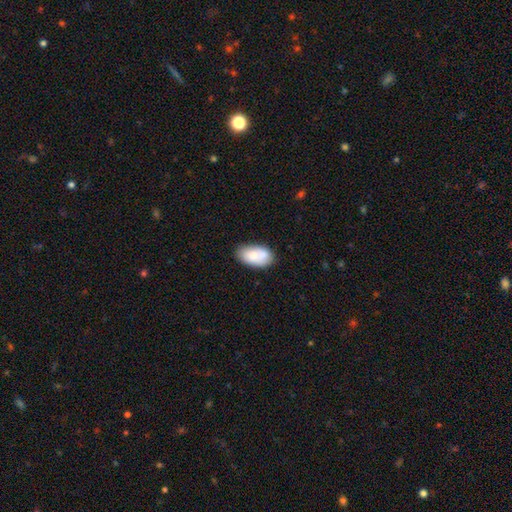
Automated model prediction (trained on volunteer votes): A smooth galaxy with no disk features (79%) that is in between round and cigar-shaped (94%).

Vote fractions:
- Smooth or featured? smooth: 79% / featured or disk: 15% / star or artifact: 7%
- How rounded? in between: 94% / round: 4% / cigar-shaped: 2%
- Merging? none: 70% / minor disturbance: 19% / merger: 7% / major disturbance: 4%